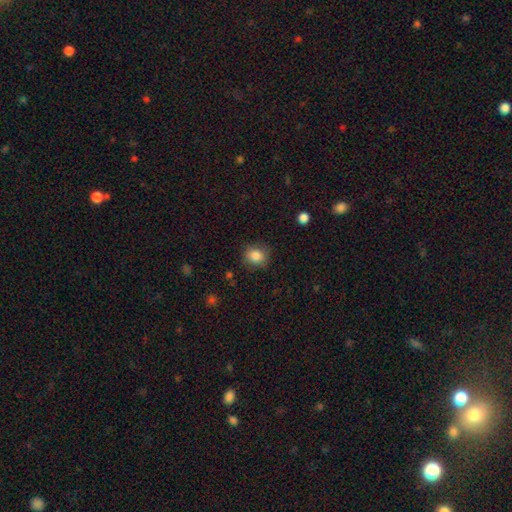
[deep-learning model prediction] This is clearly a smooth galaxy (85%). How rounded: likely round (69%). Merging: clearly none (83%).